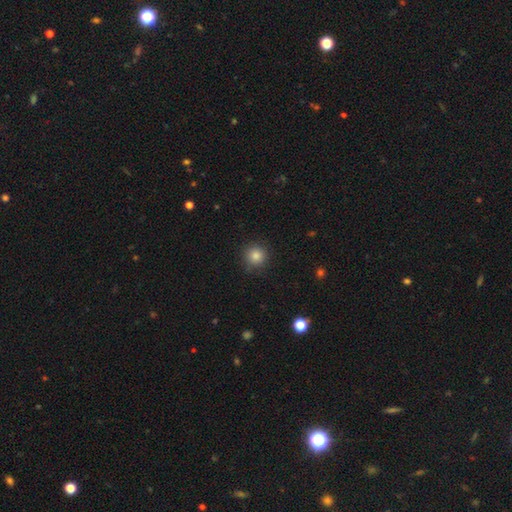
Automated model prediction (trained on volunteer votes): A smooth galaxy with no disk features (84%) that is round (94%).

Vote fractions:
- Smooth or featured? smooth: 84% / star or artifact: 11% / featured or disk: 5%
- How rounded? round: 94% / in between: 5% / cigar-shaped: 1%
- Merging? none: 88% / minor disturbance: 8% / major disturbance: 2% / merger: 1%